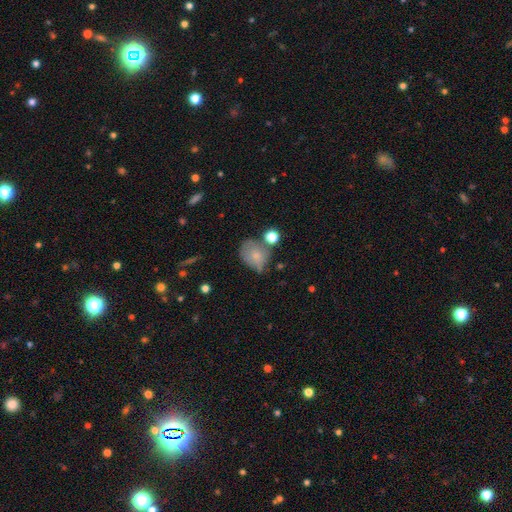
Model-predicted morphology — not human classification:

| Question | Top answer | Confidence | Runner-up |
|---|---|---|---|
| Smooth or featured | smooth | 71% | featured or disk (19%) |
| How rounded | round | 56% | in between (43%) |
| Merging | none | 41% | minor disturbance (30%) |